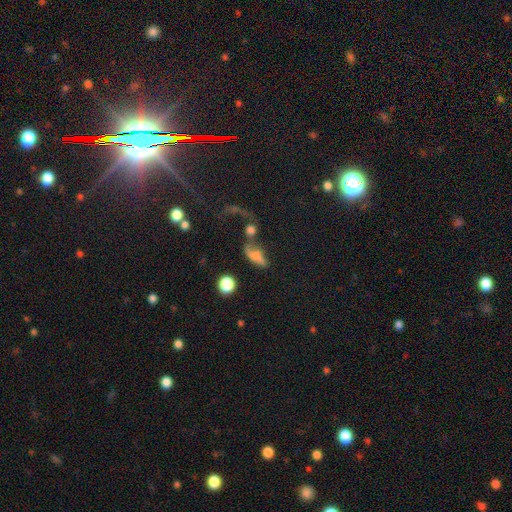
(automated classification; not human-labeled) This appears to be a smooth galaxy with no disk features (58%) that is in between round and cigar-shaped (58%). Merging: merger (33%).